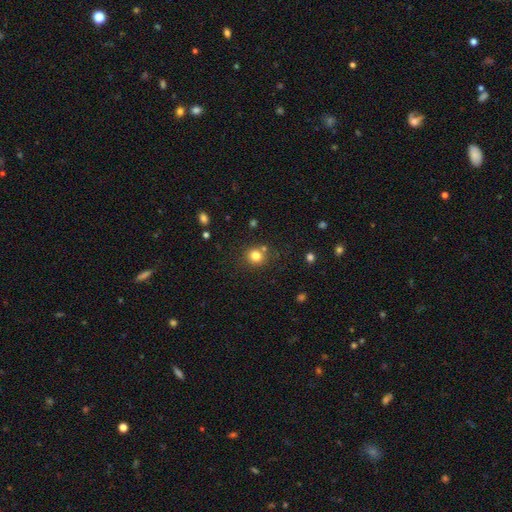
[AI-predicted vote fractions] Q: Smooth or featured?
A: smooth (80%); runner-up: star or artifact (14%)
Q: How rounded?
A: round (86%); runner-up: in between (13%)
Q: Merging?
A: none (77%); runner-up: merger (10%)